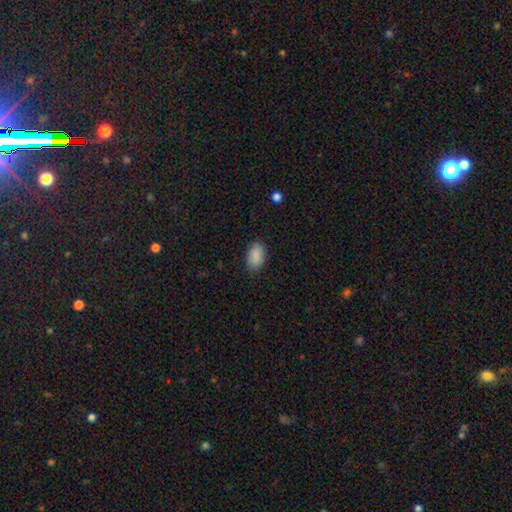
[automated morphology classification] The model was most divided on "merging": none: 83%, minor disturbance: 13%, major disturbance: 3%, merger: 1%. More confident: how rounded — in between (93%); smooth or featured — smooth (89%).